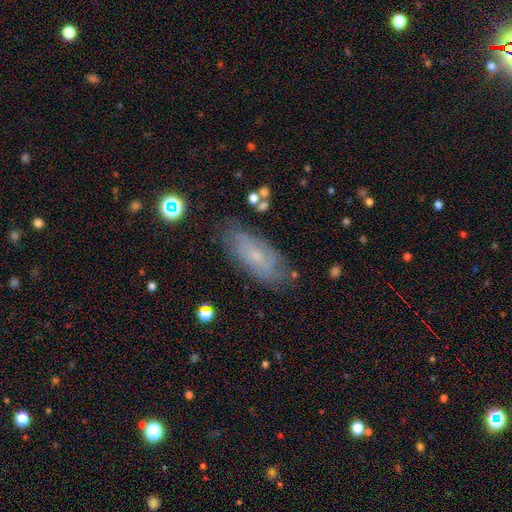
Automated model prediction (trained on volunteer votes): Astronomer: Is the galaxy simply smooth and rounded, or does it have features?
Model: featured or disk — 47% (runner-up: smooth, 42%).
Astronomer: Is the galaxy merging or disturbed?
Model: none — 76%.